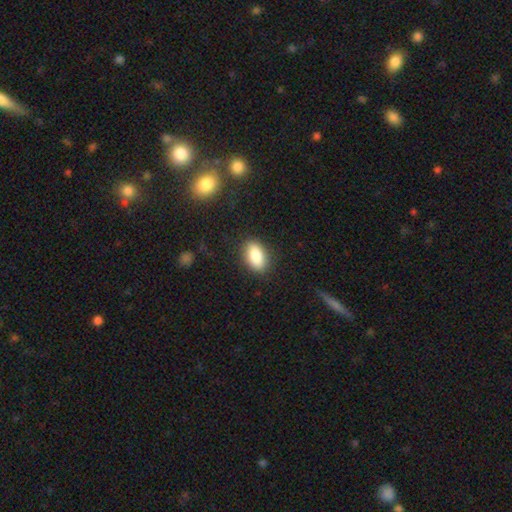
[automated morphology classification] type=smooth (86%); roundness=in between (89%); merging=none (87%).